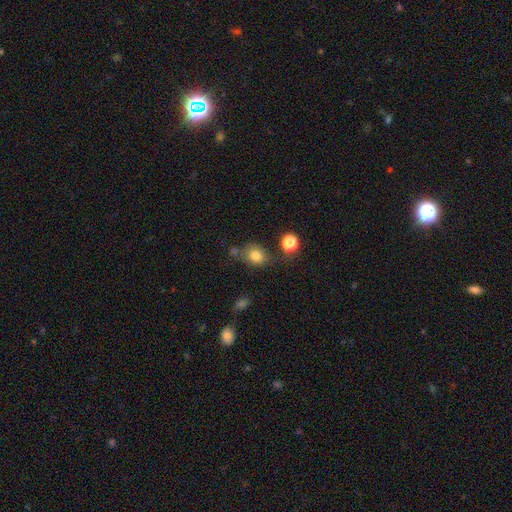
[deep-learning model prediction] smooth-or-featured: smooth: 80% | star or artifact: 11% | featured or disk: 8%
  how-rounded: round: 59% | in between: 40% | cigar-shaped: 1%
  merging: none: 62% | minor disturbance: 20% | merger: 11% | major disturbance: 7%